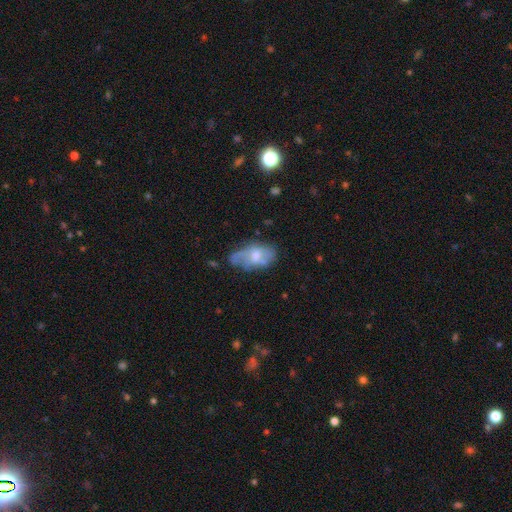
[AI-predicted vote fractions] This is possibly a featured or disk galaxy (49%). Merging: marginally none (44%).